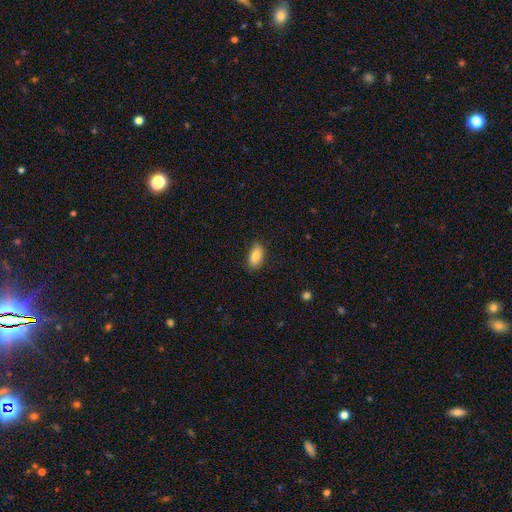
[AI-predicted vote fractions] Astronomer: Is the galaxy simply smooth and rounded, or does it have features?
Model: smooth — 83%.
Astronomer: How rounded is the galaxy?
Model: in between — 91%.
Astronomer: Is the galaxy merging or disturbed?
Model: none — 85%.